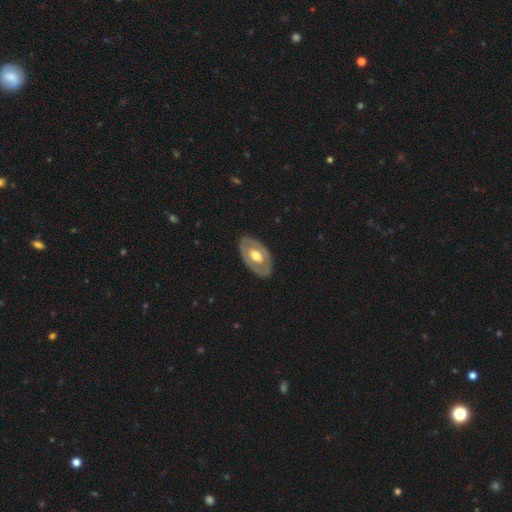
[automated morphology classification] A featured or disk galaxy (56%).

Vote fractions:
- Smooth or featured? featured or disk: 56% / smooth: 40% / star or artifact: 4%
- Edge-on disk? no: 87% / yes: 13%
- Merging? none: 83% / minor disturbance: 12% / major disturbance: 3% / merger: 1%